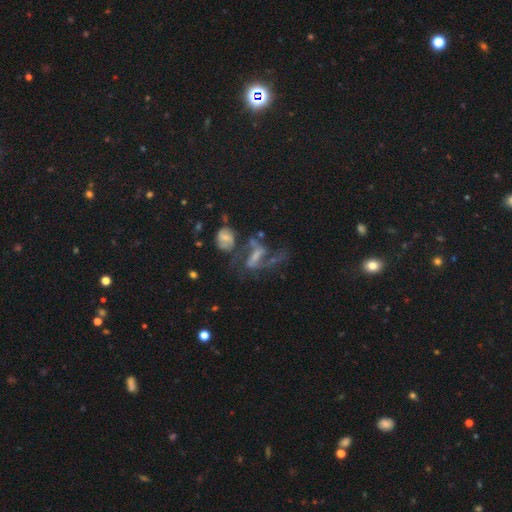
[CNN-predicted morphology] Overall: featured or disk (67%). Edge-on disk: no (92%). Bar: weak (39%; strong 32%). Spiral arms: yes (79%). Bulge size: small (42%; moderate 27%). Merging: none (32%; merger 30%).